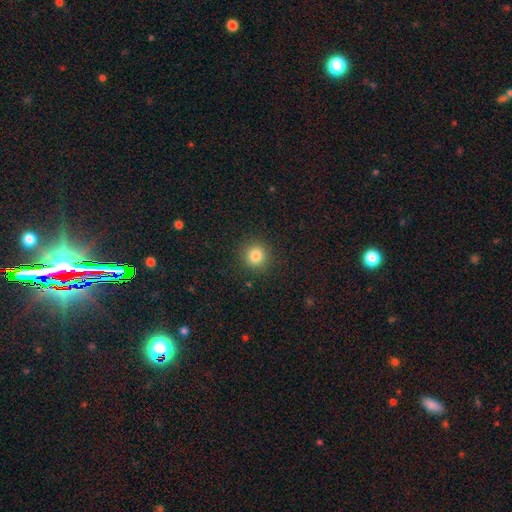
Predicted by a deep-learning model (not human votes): smooth_or_featured: smooth (p=0.83) [alt: star or artifact p=0.12]
how_rounded: round (p=0.92) [alt: in between p=0.07]
merging: none (p=0.90) [alt: minor disturbance p=0.06]